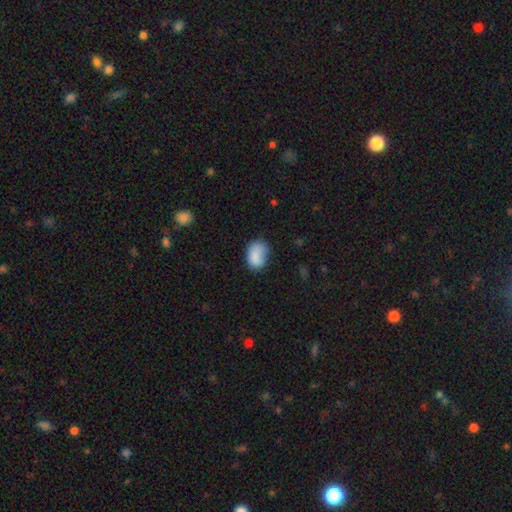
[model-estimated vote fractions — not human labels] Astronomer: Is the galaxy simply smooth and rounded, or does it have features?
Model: smooth — 84%.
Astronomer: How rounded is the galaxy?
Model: in between — 75%.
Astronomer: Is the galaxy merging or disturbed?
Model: none — 59%.